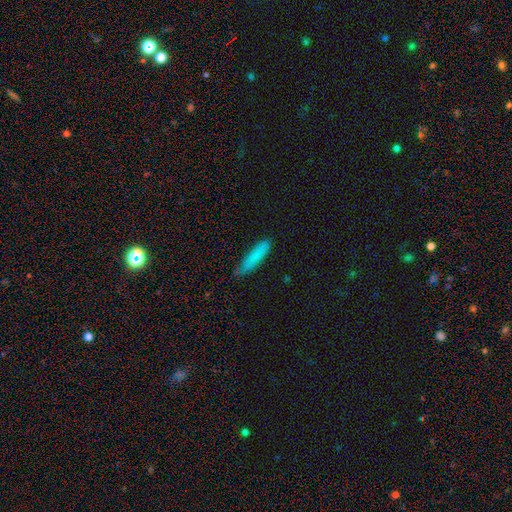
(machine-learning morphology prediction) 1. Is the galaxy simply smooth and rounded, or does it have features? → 79% smooth, 13% featured or disk, 9% star or artifact.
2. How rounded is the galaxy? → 84% cigar-shaped, 15% in between, 2% round.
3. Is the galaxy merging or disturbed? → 77% none, 19% minor disturbance, 3% major disturbance, 2% merger.